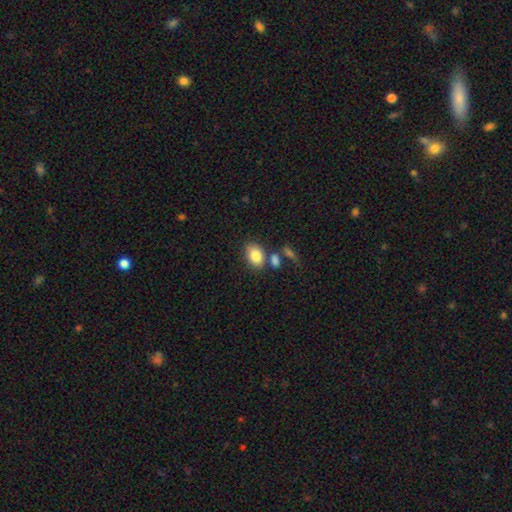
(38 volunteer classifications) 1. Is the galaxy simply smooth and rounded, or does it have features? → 87% smooth, 8% featured or disk, 5% star or artifact.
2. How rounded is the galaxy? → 82% in between, 18% round, 0% cigar-shaped.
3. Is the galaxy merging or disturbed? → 78% none, 14% minor disturbance, 6% merger, 3% major disturbance.